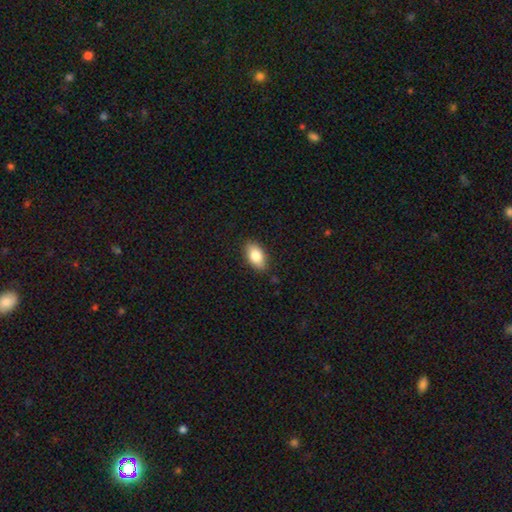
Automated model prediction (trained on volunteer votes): Smooth or featured?
  - smooth: 82% *
  - featured or disk: 11%
  - star or artifact: 7%
How rounded?
  - in between: 92% *
  - round: 5%
  - cigar-shaped: 3%
Merging?
  - none: 86% *
  - minor disturbance: 10%
  - major disturbance: 2%
  - merger: 1%